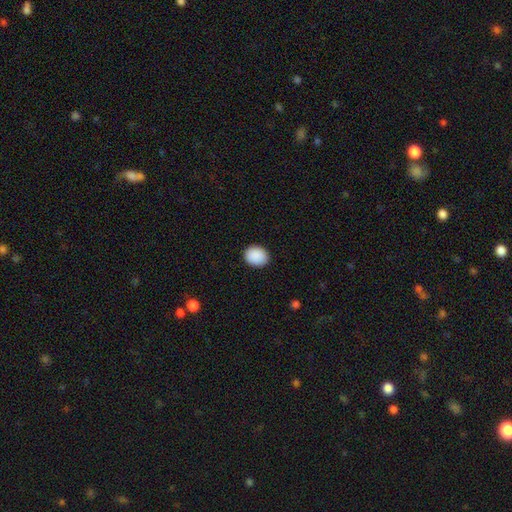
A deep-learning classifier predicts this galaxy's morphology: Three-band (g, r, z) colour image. It shows a smooth galaxy with no disk features (90%) that is round (59%). Merging: none (90%).